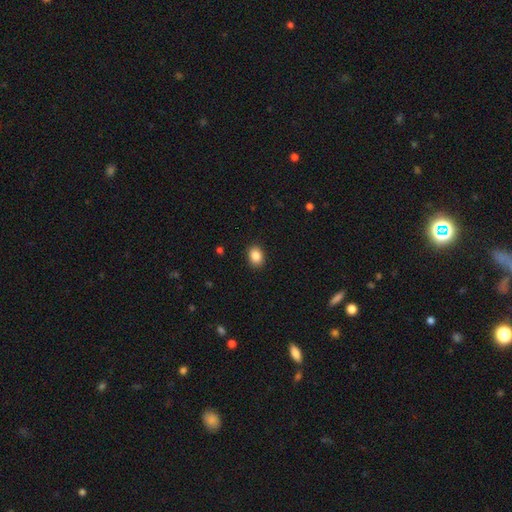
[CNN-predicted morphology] smooth 87%, star or artifact 9%, featured or disk 4%. Down the decision tree: how rounded — in between (63%); merging — none (90%).